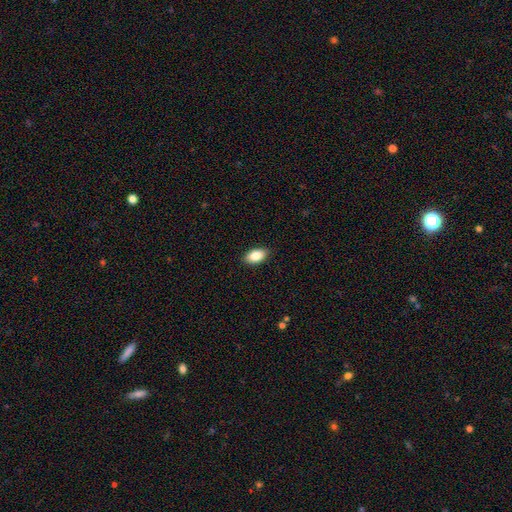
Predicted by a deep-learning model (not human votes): A smooth galaxy with no disk features (86%) that is in between round and cigar-shaped (92%). Merging: none (89%).